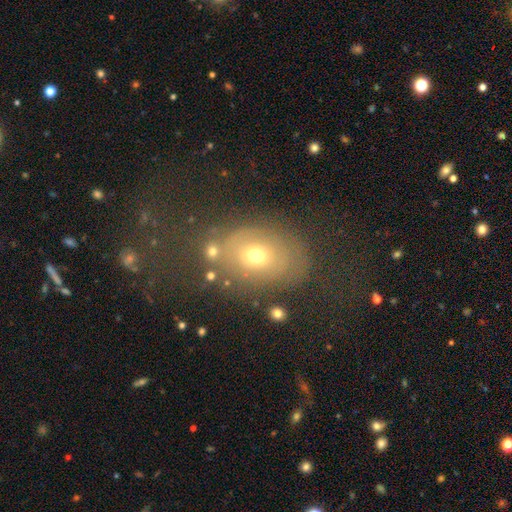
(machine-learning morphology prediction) Smooth or featured? smooth (54%)
How rounded? in between (64%)
Merging? none (57%)